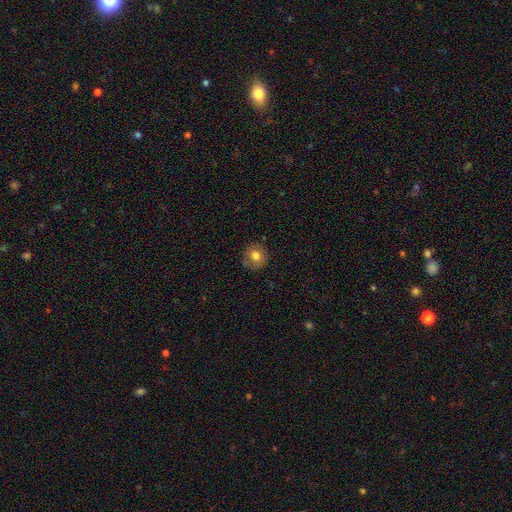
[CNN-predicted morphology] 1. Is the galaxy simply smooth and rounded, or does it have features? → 76% smooth, 14% featured or disk, 10% star or artifact.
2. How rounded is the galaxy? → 91% round, 8% in between, 1% cigar-shaped.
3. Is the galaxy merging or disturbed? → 85% none, 11% minor disturbance, 3% major disturbance, 1% merger.